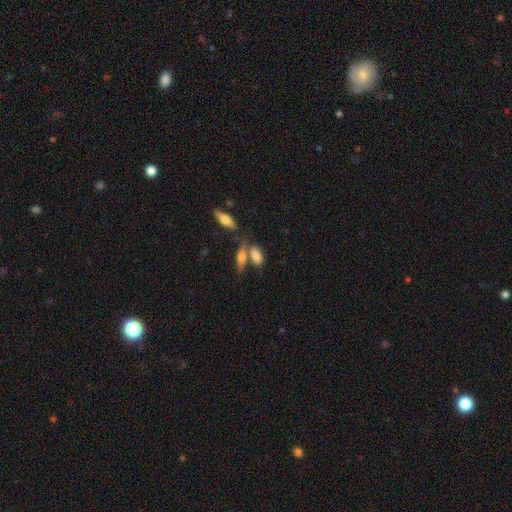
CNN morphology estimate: Overall: smooth (79%). How rounded: in between (83%). Merging: none (47%; merger 36%).